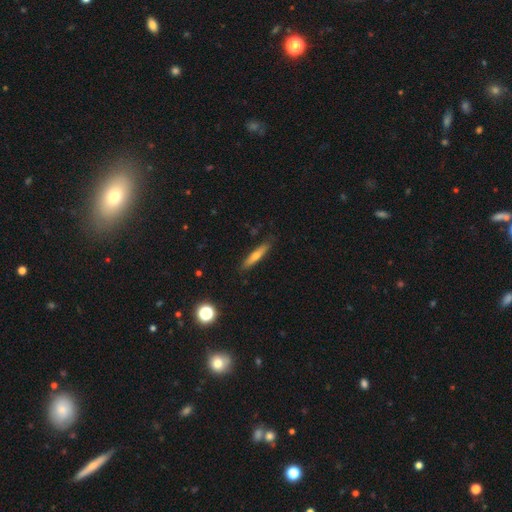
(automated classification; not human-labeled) Overall: smooth (55%; featured or disk 37%). How rounded: cigar-shaped (88%). Merging: none (86%).